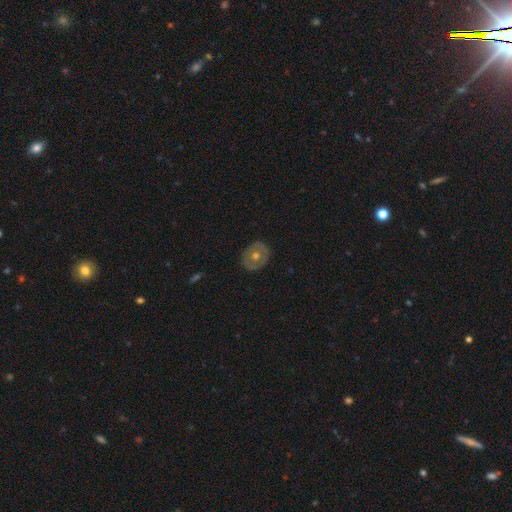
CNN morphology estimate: type=featured or disk (48%); merging=none (86%).